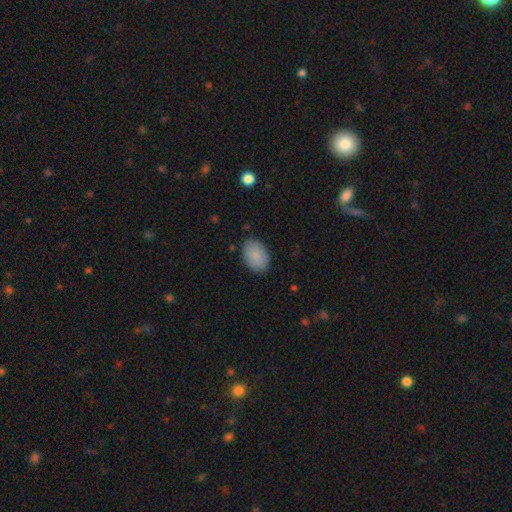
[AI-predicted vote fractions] Smooth or featured? Predicted: smooth (p=0.88). How rounded? Predicted: in between (p=0.85). Merging? Predicted: none (p=0.86).